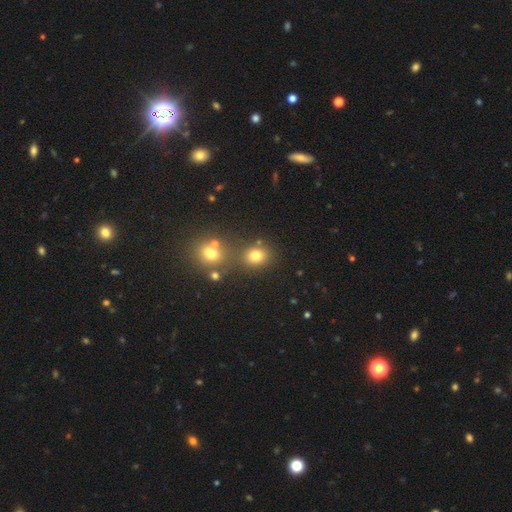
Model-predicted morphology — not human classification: Smooth or featured? Predicted: smooth (p=0.76). How rounded? Predicted: round (p=0.72). Merging? Predicted: none (p=0.70).